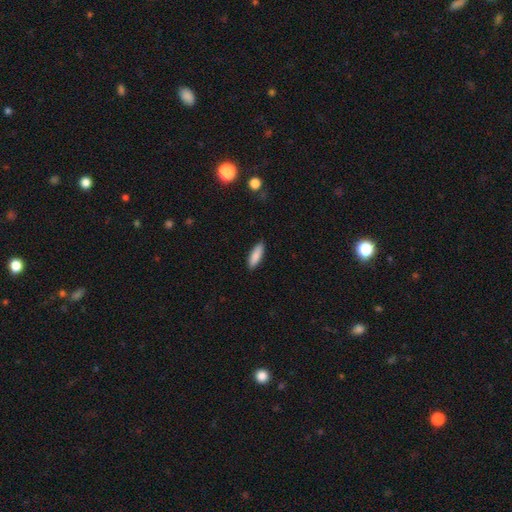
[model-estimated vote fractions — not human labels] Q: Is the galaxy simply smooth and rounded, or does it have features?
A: smooth — 88%.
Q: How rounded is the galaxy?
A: cigar-shaped — 51%.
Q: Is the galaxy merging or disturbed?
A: none — 89%.